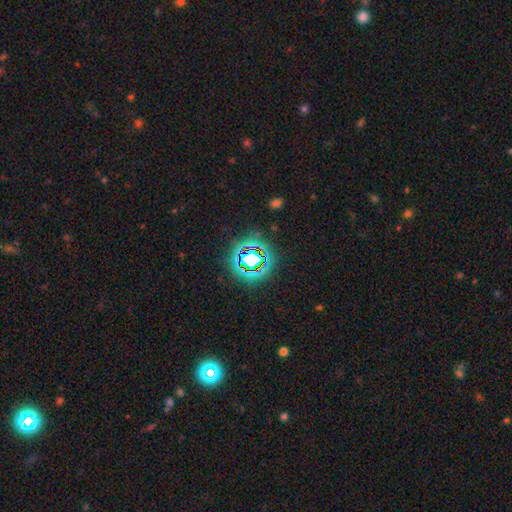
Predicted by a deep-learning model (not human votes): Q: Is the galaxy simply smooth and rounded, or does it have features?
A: star or artifact — 79%.